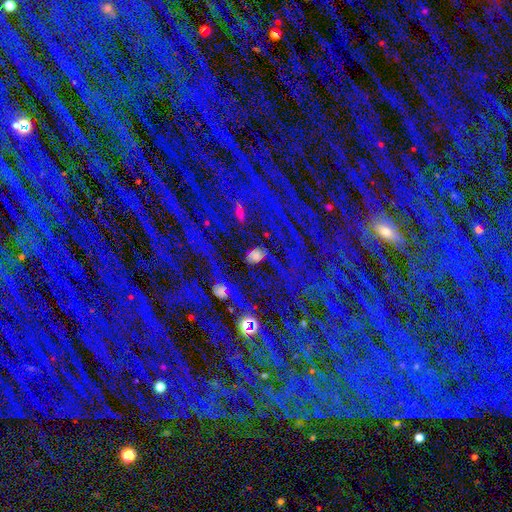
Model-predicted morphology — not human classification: A star or artifact, not a galaxy (56%).